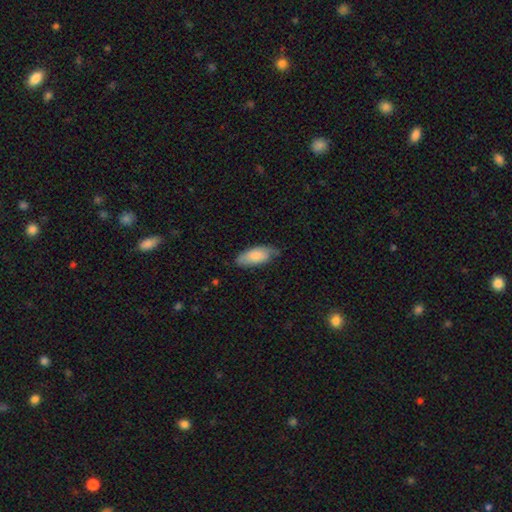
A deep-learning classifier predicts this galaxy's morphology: This appears to be a smooth galaxy with no disk features (76%) that is in between round and cigar-shaped (86%). Merging: none (63%).